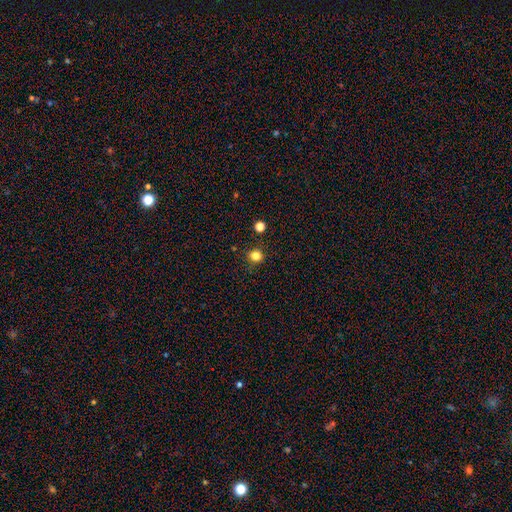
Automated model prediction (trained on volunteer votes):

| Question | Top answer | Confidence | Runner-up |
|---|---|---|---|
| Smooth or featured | smooth | 81% | star or artifact (14%) |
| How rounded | round | 90% | in between (9%) |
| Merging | none | 88% | minor disturbance (8%) |